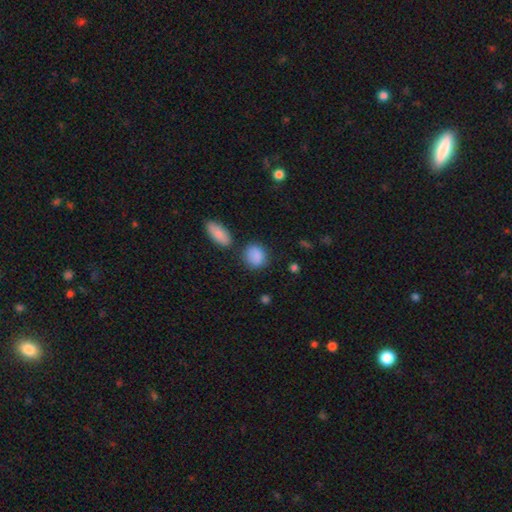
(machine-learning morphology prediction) Overall: smooth (88%). How rounded: round (61%; in between 37%). Merging: none (75%).